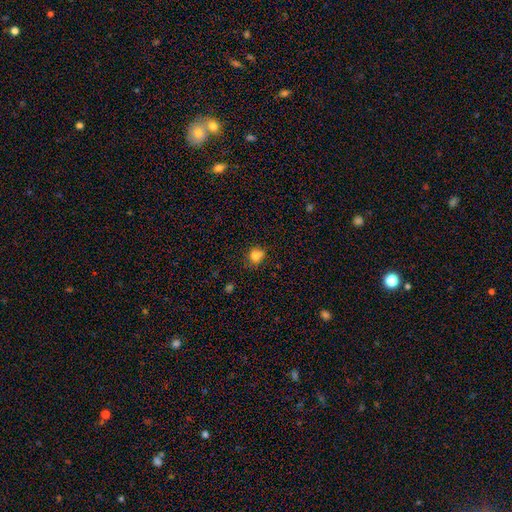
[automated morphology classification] smooth-or-featured: smooth: 81% | star or artifact: 12% | featured or disk: 6%
  how-rounded: round: 79% | in between: 20% | cigar-shaped: 1%
  merging: none: 70% | minor disturbance: 20% | major disturbance: 5% | merger: 5%